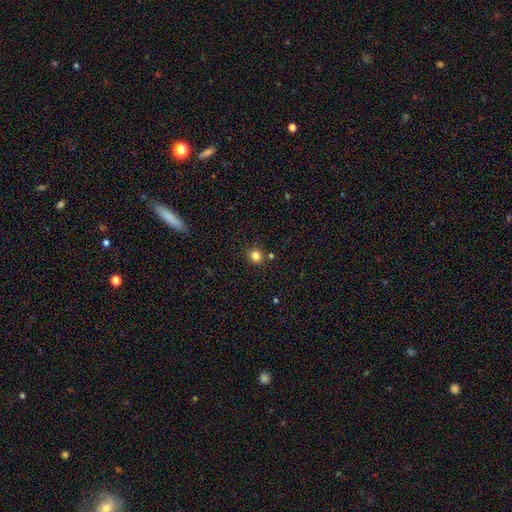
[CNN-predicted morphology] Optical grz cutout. It shows a smooth galaxy with no disk features (81%) that is round (93%). Merging: none (86%).